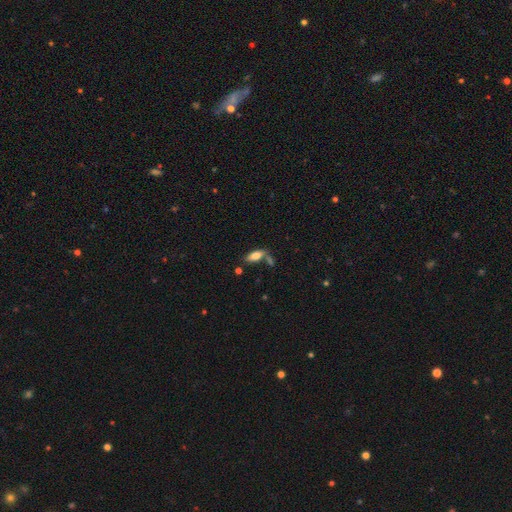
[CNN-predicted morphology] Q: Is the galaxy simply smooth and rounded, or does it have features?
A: smooth — 73%.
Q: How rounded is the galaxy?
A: in between — 77%.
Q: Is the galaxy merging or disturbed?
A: none — 60%.